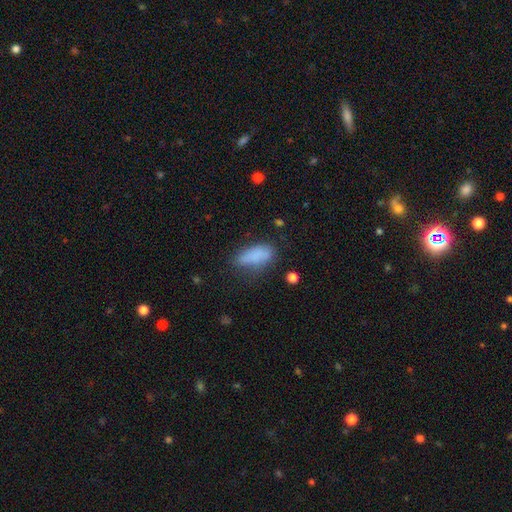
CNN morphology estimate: The model was most divided on "merging": none: 57%, minor disturbance: 27%, major disturbance: 12%, merger: 4%. More confident: smooth or featured — smooth (82%); how rounded — in between (77%).